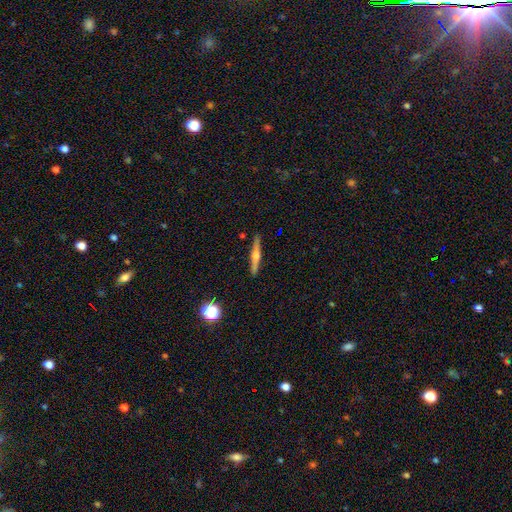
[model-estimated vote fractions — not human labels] Smooth or featured?
  - featured or disk: 65% *
  - smooth: 28%
  - star or artifact: 7%
Edge-on disk?
  - yes: 98% *
  - no: 2%
Edge-on bulge?
  - rounded: 89% *
  - boxy: 6%
  - none: 5%
Merging?
  - none: 91% *
  - minor disturbance: 7%
  - major disturbance: 1%
  - merger: 1%